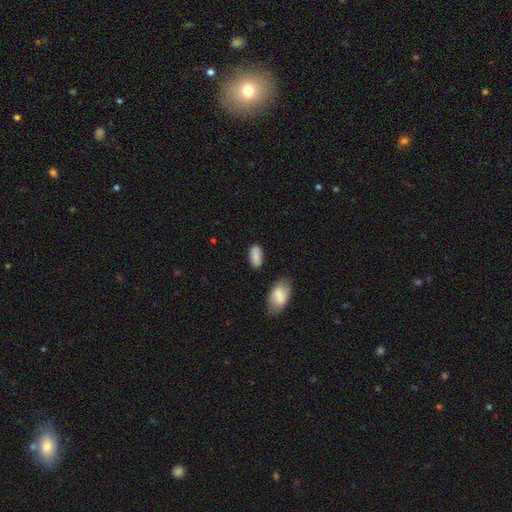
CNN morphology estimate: A smooth galaxy with no disk features (83%) that is in between round and cigar-shaped (92%). Merging: none (78%).